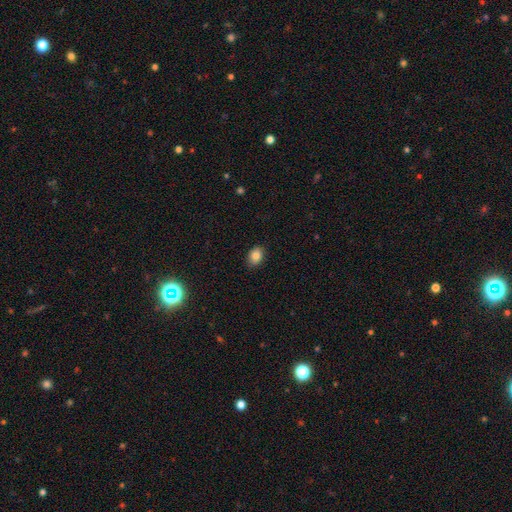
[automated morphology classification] smooth_or_featured: smooth (p=0.85) [alt: star or artifact p=0.09]
how_rounded: in between (p=0.74) [alt: round p=0.24]
merging: none (p=0.86) [alt: minor disturbance p=0.11]